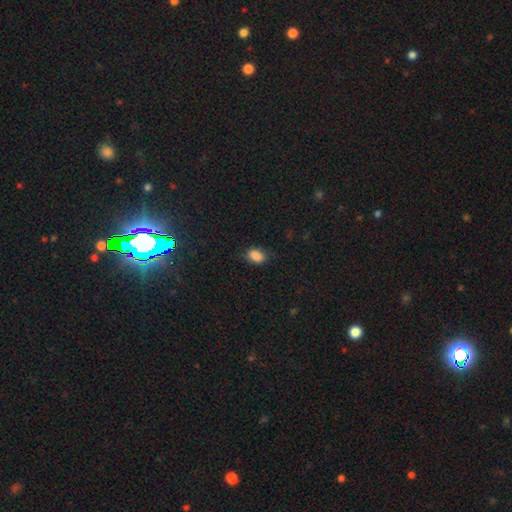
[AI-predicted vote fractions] A smooth galaxy with no disk features (86%) that is in between round and cigar-shaped (85%).

Vote fractions:
- Smooth or featured? smooth: 86% / star or artifact: 9% / featured or disk: 5%
- How rounded? in between: 85% / round: 13% / cigar-shaped: 2%
- Merging? none: 74% / minor disturbance: 20% / major disturbance: 5% / merger: 1%